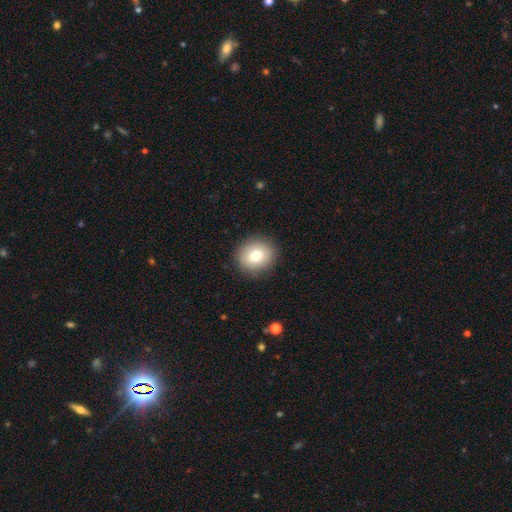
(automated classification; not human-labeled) Smooth or featured?
  - smooth: 77% *
  - featured or disk: 14%
  - star or artifact: 9%
How rounded?
  - round: 80% *
  - in between: 19%
  - cigar-shaped: 1%
Merging?
  - none: 88% *
  - minor disturbance: 8%
  - major disturbance: 3%
  - merger: 1%